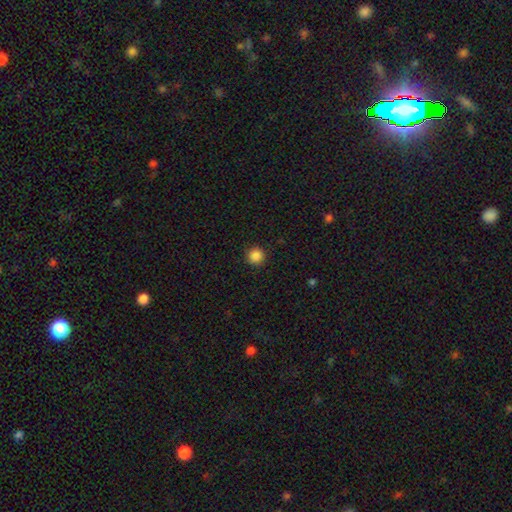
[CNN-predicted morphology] This is clearly a smooth galaxy (86%). How rounded: clearly round (95%). Merging: clearly none (92%).